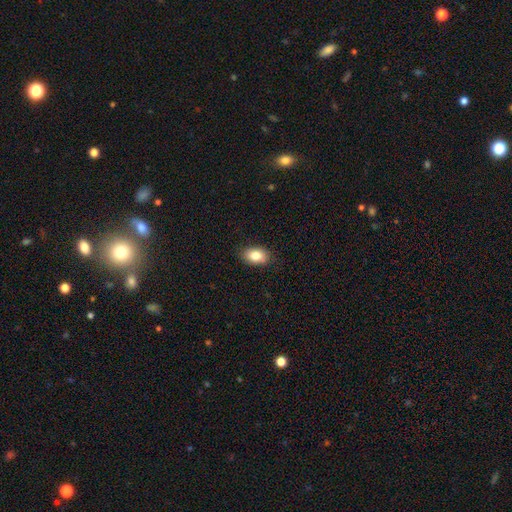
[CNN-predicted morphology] smooth-or-featured: smooth: 83% | featured or disk: 9% | star or artifact: 8%
  how-rounded: in between: 86% | round: 13% | cigar-shaped: 1%
  merging: none: 87% | minor disturbance: 10% | major disturbance: 2% | merger: 1%